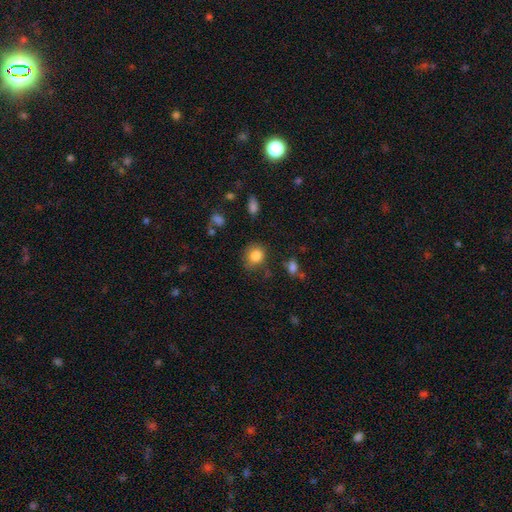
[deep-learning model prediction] The model was most divided on "how rounded": round: 71%, in between: 28%, cigar-shaped: 1%. More confident: smooth or featured — smooth (84%); merging — none (74%).